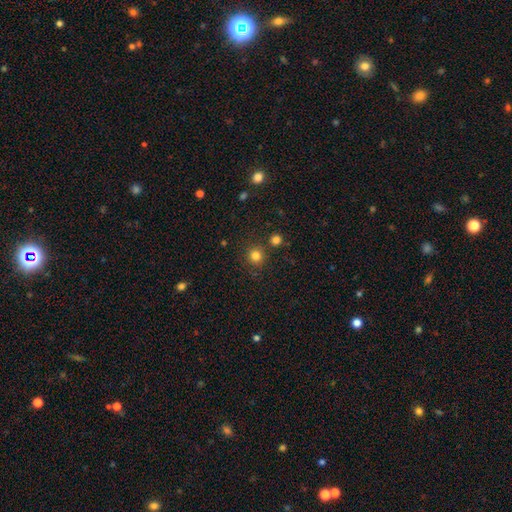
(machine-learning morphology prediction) smooth_or_featured: smooth (p=0.81) [alt: star or artifact p=0.14]
how_rounded: round (p=0.93) [alt: in between p=0.06]
merging: none (p=0.83) [alt: minor disturbance p=0.07]